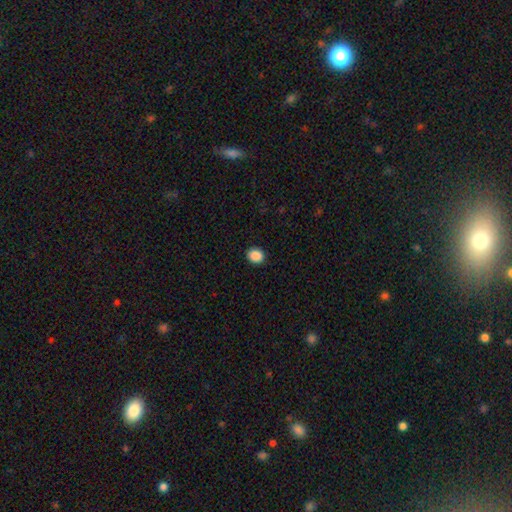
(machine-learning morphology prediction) Q: Smooth or featured?
A: smooth (89%); runner-up: star or artifact (9%)
Q: How rounded?
A: round (66%); runner-up: in between (33%)
Q: Merging?
A: none (92%); runner-up: minor disturbance (6%)